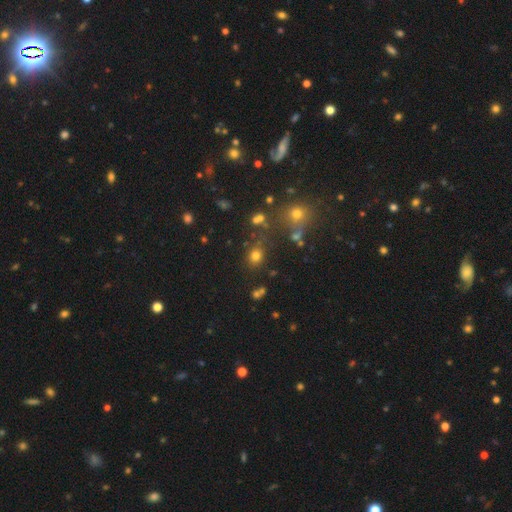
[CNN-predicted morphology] smooth-or-featured: smooth: 73% | star or artifact: 20% | featured or disk: 8%
  how-rounded: round: 68% | in between: 31% | cigar-shaped: 1%
  merging: none: 74% | minor disturbance: 12% | merger: 8% | major disturbance: 6%